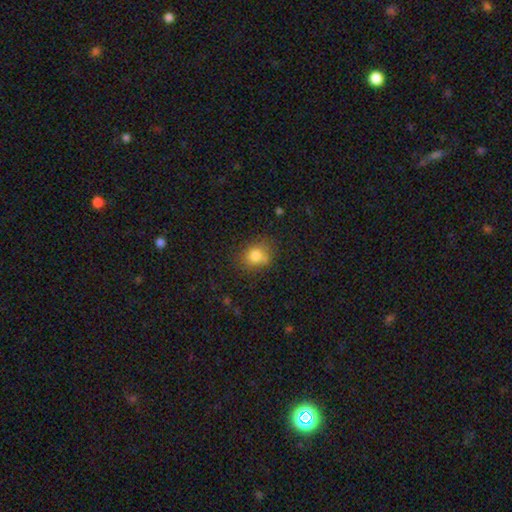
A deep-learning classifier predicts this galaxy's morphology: Smooth or featured: smooth — 80% (star or artifact — 11%)
How rounded: round — 60% (in between — 39%)
Merging: none — 66% (minor disturbance — 22%)